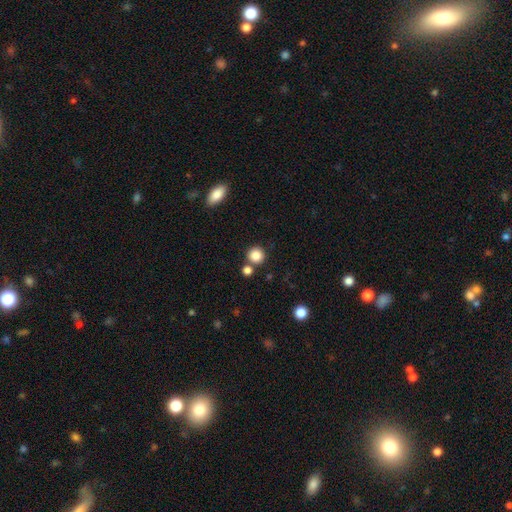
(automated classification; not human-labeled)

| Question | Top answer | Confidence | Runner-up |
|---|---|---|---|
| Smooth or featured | smooth | 86% | star or artifact (10%) |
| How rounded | round | 92% | in between (7%) |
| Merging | none | 76% | merger (14%) |